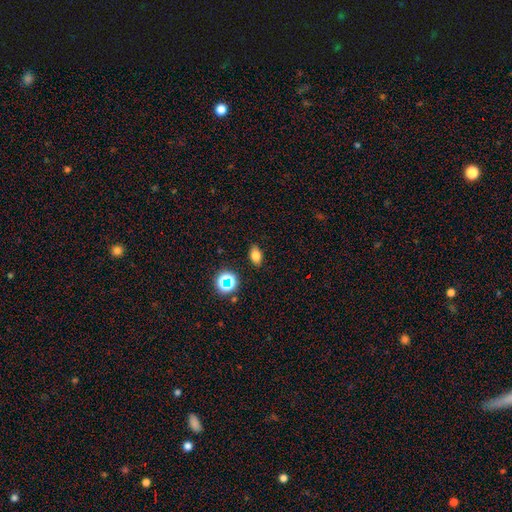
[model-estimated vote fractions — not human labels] Morphology: type=smooth (76%); roundness=in between (83%); merging=none (86%).